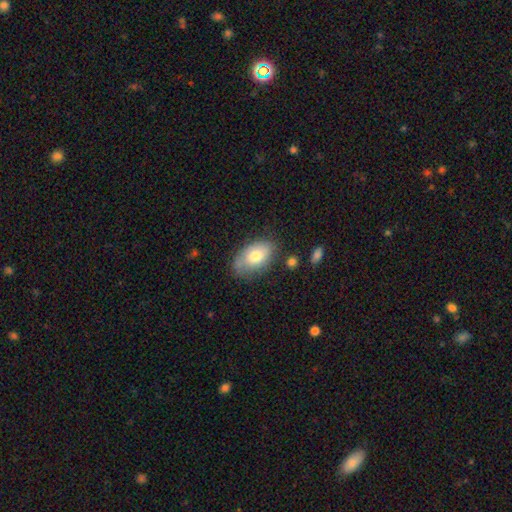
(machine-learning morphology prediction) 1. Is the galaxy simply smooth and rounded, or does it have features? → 73% smooth, 20% featured or disk, 7% star or artifact.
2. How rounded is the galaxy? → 91% in between, 7% round, 2% cigar-shaped.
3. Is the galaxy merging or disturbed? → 67% none, 23% minor disturbance, 6% major disturbance, 4% merger.